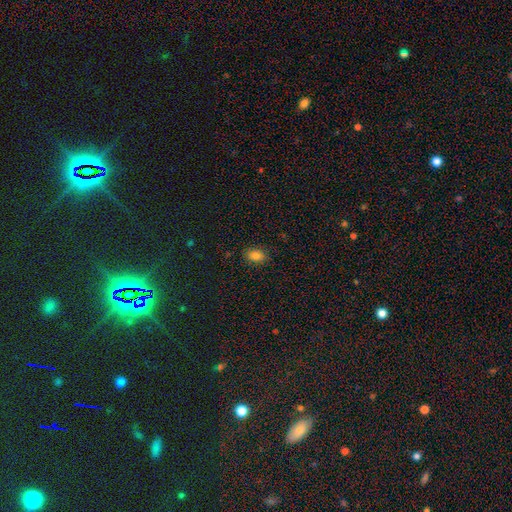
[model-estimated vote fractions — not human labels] This appears to be a smooth galaxy with no disk features (81%) that is in between round and cigar-shaped (83%). Merging: none (87%).